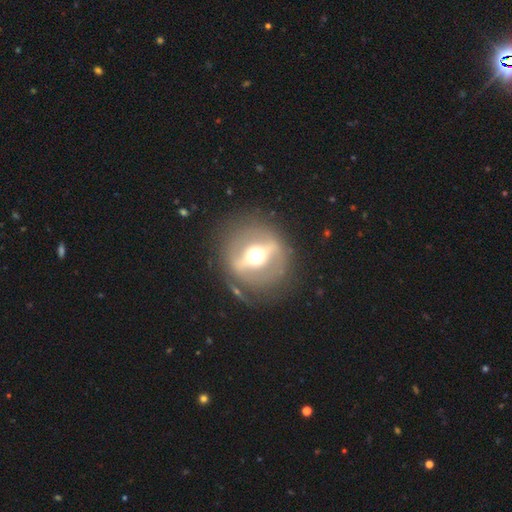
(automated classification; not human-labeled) A featured or disk galaxy (75%) with a strong bar (78%), no spiral arms (80%) and a moderate central bulge (57%).

Vote fractions:
- Smooth or featured? featured or disk: 75% / smooth: 18% / star or artifact: 7%
- Edge-on disk? no: 68% / yes: 32%
- Bar? strong: 78% / weak: 13% / no: 9%
- Spiral arms? no: 80% / yes: 20%
- Bulge size? moderate: 57% / large: 33% / dominant: 6% / small: 3% / none: 1%
- Merging? none: 79% / minor disturbance: 10% / major disturbance: 8% / merger: 3%